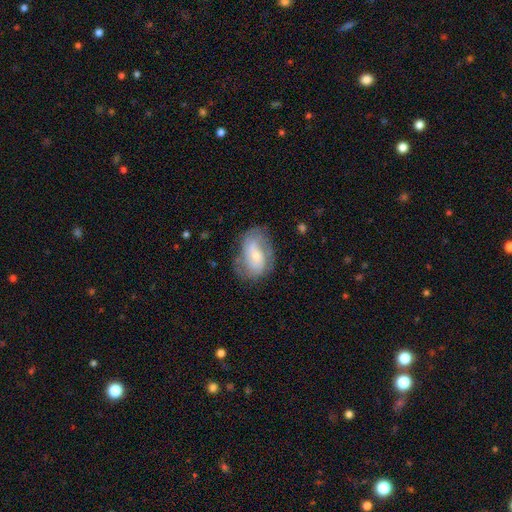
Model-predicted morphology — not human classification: featured or disk 61%, smooth 32%, star or artifact 7%. Down the decision tree: edge-on disk — no (96%); bar — no (47%); spiral arms — yes (81%); bulge size — small (61%); merging — none (66%).